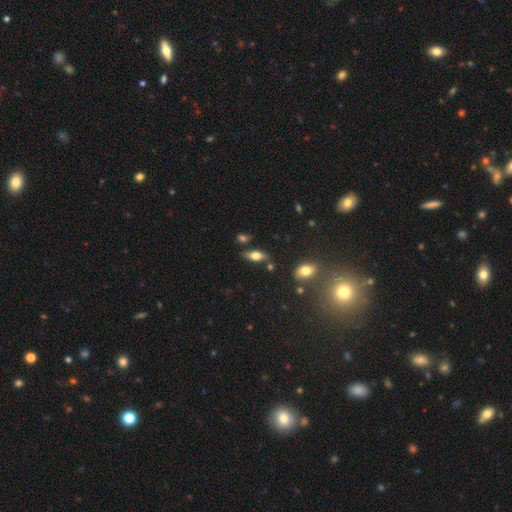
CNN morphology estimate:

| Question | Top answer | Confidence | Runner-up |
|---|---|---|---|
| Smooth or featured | smooth | 52% | featured or disk (39%) |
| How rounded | in between | 72% | cigar-shaped (23%) |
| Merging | none | 77% | minor disturbance (13%) |